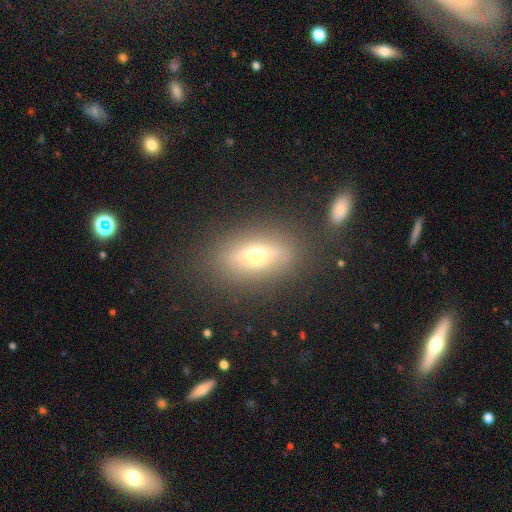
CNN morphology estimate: Smooth or featured?
  - featured or disk: 46% *
  - smooth: 42%
  - star or artifact: 12%
Merging?
  - none: 83% *
  - minor disturbance: 10%
  - major disturbance: 4%
  - merger: 3%